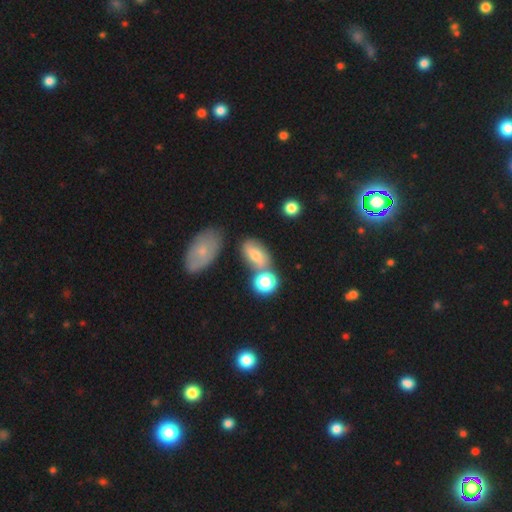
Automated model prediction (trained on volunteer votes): Smooth or featured: smooth — 56% (featured or disk — 31%)
How rounded: in between — 78% (round — 15%)
Merging: none — 47% (merger — 28%)